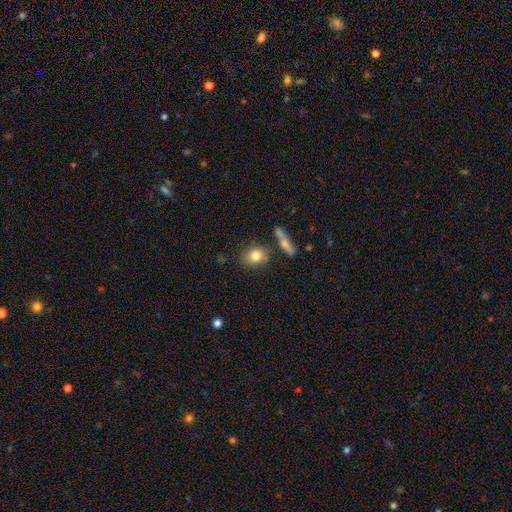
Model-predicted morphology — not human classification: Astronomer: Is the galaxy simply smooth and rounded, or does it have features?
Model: smooth — 80%.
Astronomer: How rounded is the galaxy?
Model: round — 59% (runner-up: in between, 38%).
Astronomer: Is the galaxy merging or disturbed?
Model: none — 72%.